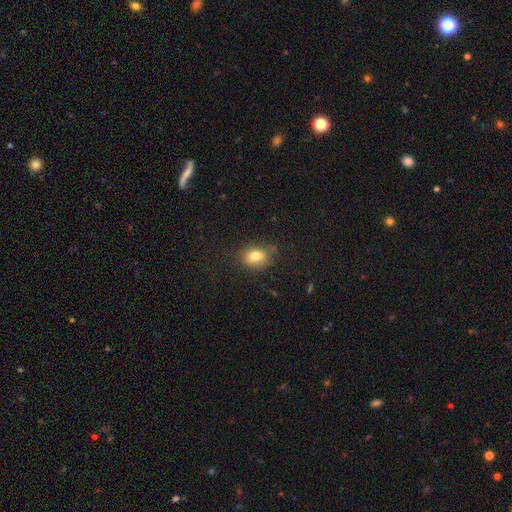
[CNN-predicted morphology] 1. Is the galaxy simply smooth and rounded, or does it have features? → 78% smooth, 11% featured or disk, 11% star or artifact.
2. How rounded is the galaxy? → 64% in between, 35% round, 1% cigar-shaped.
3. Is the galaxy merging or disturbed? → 71% none, 21% minor disturbance, 6% major disturbance, 2% merger.